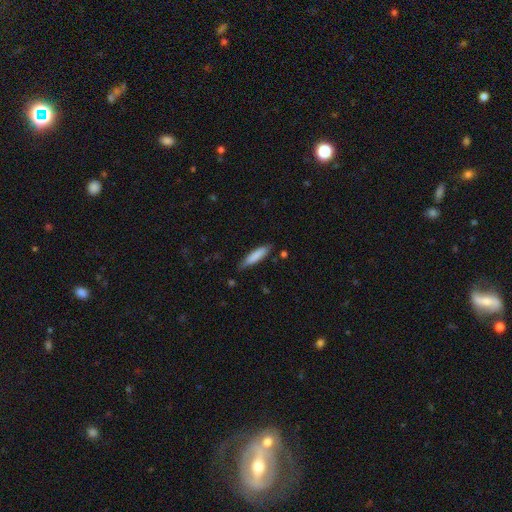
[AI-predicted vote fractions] This appears to be a smooth galaxy with no disk features (82%) that is cigar-shaped (81%). Merging: none (80%).